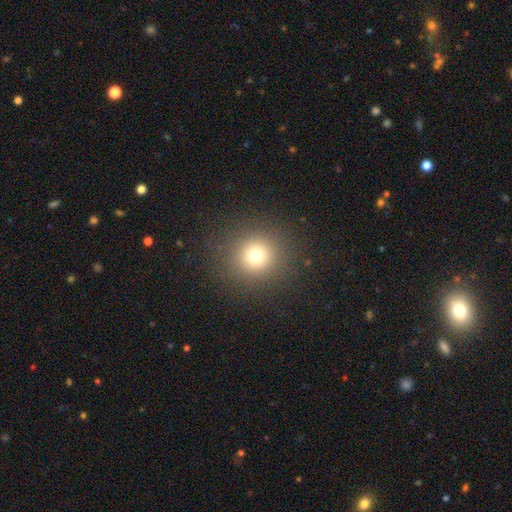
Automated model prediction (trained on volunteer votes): A smooth galaxy with no disk features (74%) that is round (91%). Merging: none (89%).